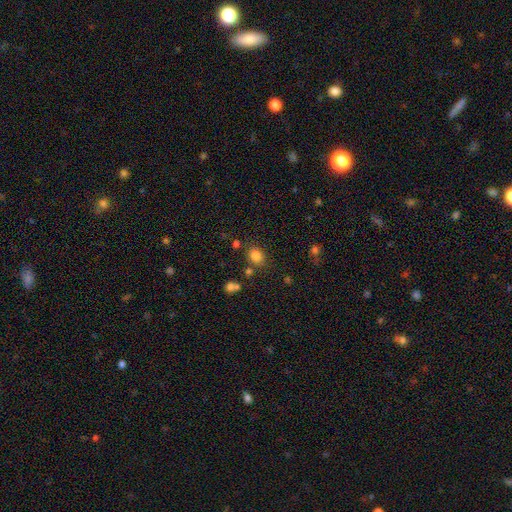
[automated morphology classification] The model was most divided on "how rounded": round: 52%, in between: 47%, cigar-shaped: 1%. More confident: smooth or featured — smooth (82%); merging — none (77%).